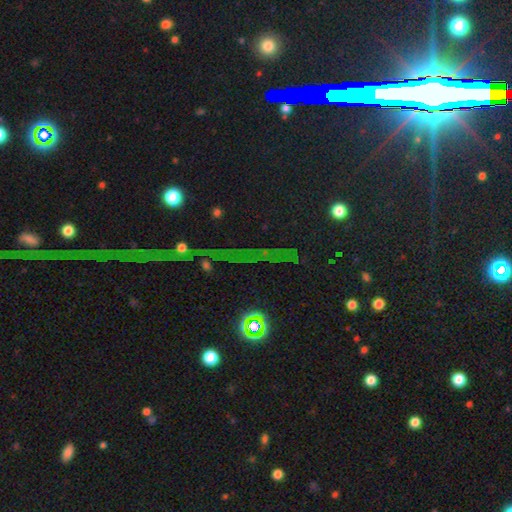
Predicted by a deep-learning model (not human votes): Smooth or featured?
  - star or artifact: 75% *
  - smooth: 14%
  - featured or disk: 11%